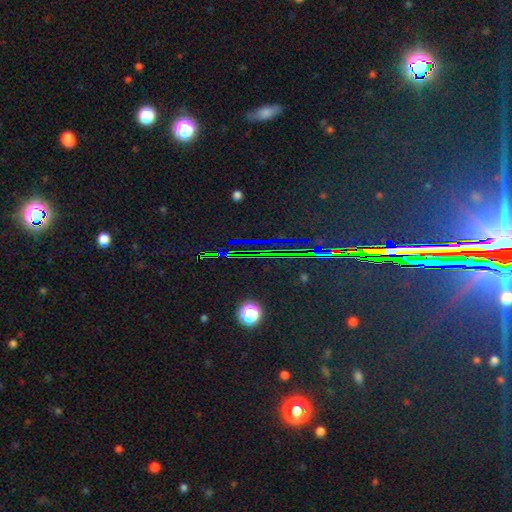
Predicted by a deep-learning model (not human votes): Smooth or featured?
  - star or artifact: 85% *
  - featured or disk: 8%
  - smooth: 7%